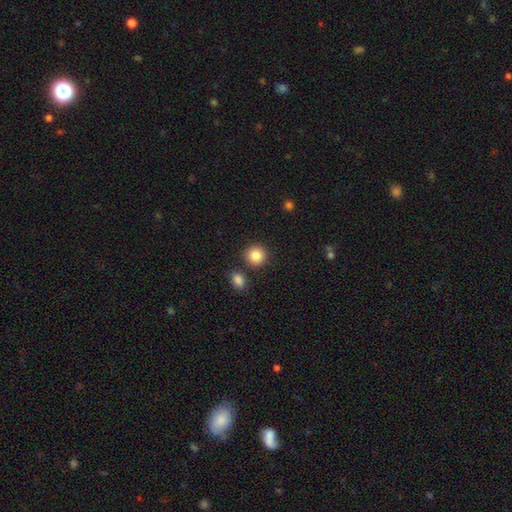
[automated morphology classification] smooth-or-featured: smooth: 86% | star or artifact: 9% | featured or disk: 5%
  how-rounded: round: 91% | in between: 8% | cigar-shaped: 1%
  merging: none: 84% | minor disturbance: 7% | merger: 6% | major disturbance: 2%